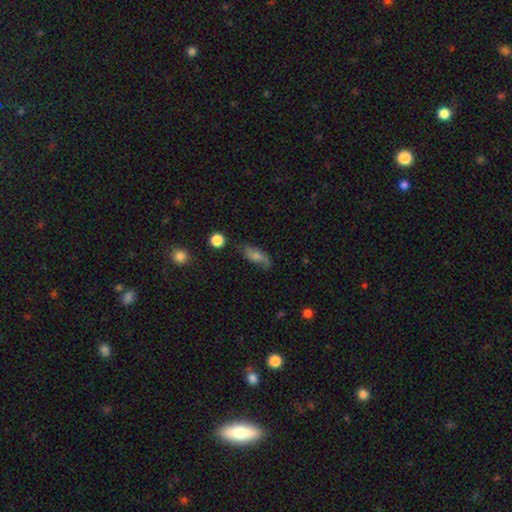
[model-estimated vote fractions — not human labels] This is possibly a smooth galaxy (58%). How rounded: likely in between (70%). Merging: likely none (69%).